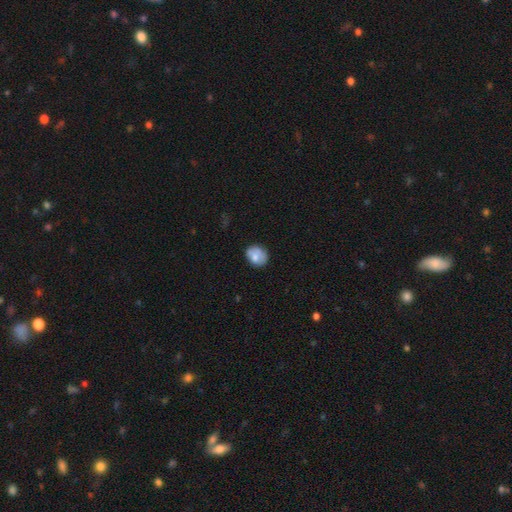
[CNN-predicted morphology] Q: Smooth or featured?
A: smooth (71%); runner-up: featured or disk (20%)
Q: How rounded?
A: round (52%); runner-up: in between (47%)
Q: Merging?
A: none (64%); runner-up: minor disturbance (24%)